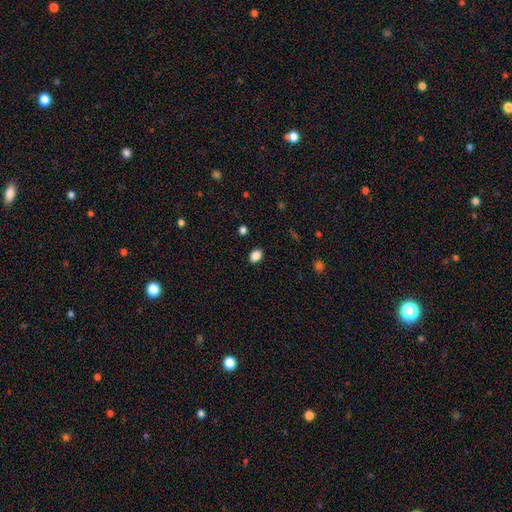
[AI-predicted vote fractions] smooth 87%, star or artifact 10%, featured or disk 3%. Down the decision tree: how rounded — in between (68%); merging — none (88%).